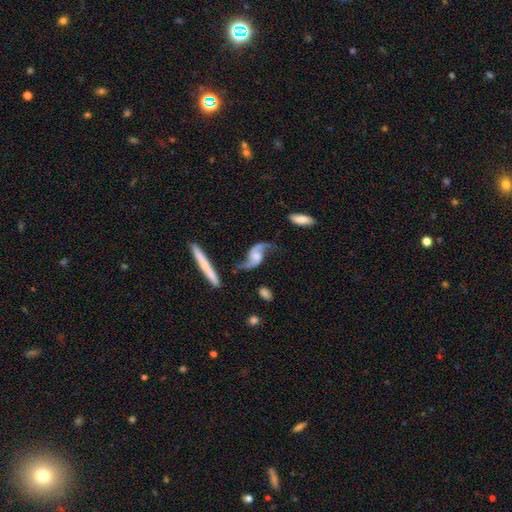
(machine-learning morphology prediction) Smooth or featured?
  - featured or disk: 89% *
  - smooth: 6%
  - star or artifact: 5%
Edge-on disk?
  - no: 94% *
  - yes: 6%
Bar?
  - no: 57% *
  - weak: 34%
  - strong: 9%
Spiral arms?
  - yes: 96% *
  - no: 4%
Spiral winding?
  - loose: 87% *
  - medium: 11%
  - tight: 3%
Spiral arm count?
  - 2: 94% *
  - 1: 2%
  - can't tell: 1%
  - 3: 1%
  - 4: 1%
  - more than 4: 1%
Bulge size?
  - none: 35% *
  - small: 26%
  - moderate: 26%
  - large: 10%
  - dominant: 3%
Merging?
  - none: 68% *
  - minor disturbance: 18%
  - major disturbance: 9%
  - merger: 5%